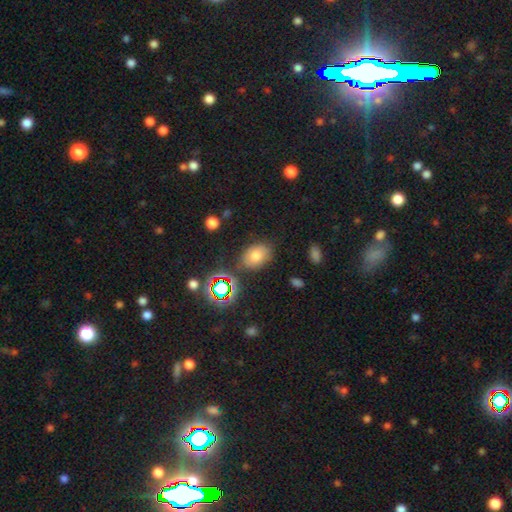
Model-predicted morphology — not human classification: smooth_or_featured: smooth (p=0.70) [alt: star or artifact p=0.17]
how_rounded: in between (p=0.76) [alt: round p=0.23]
merging: none (p=0.77) [alt: minor disturbance p=0.14]